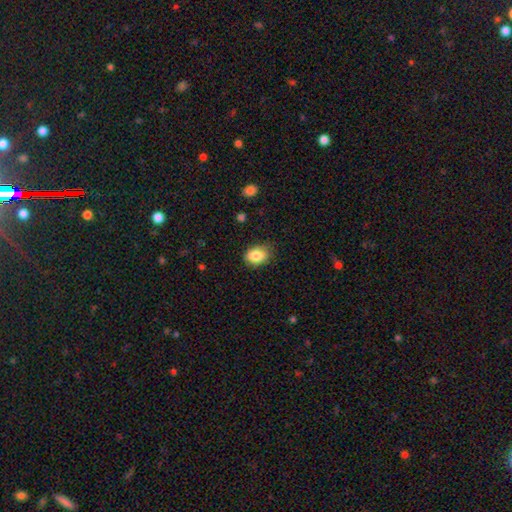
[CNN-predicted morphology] Smooth or featured? Predicted: smooth (p=0.84). How rounded? Predicted: in between (p=0.77). Merging? Predicted: none (p=0.77).